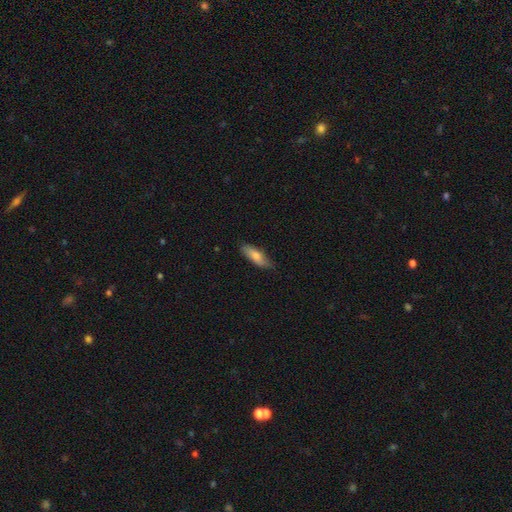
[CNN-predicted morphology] Smooth or featured: smooth — 77% (featured or disk — 17%)
How rounded: in between — 57% (cigar-shaped — 42%)
Merging: none — 75% (minor disturbance — 21%)